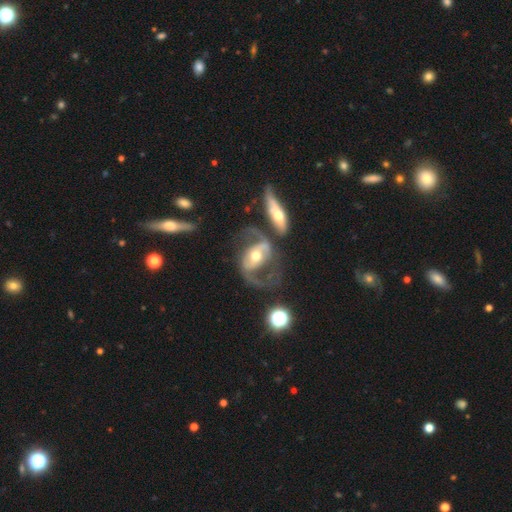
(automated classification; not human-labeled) Smooth or featured: featured or disk — 82% (smooth — 12%)
Edge-on disk: no — 94% (yes — 6%)
Bar: no — 34% (tied with strong — 34%)
Spiral arms: yes — 84% (no — 16%)
Spiral winding: loose — 51% (medium — 38%)
Spiral arm count: 2 — 88% (can't tell — 5%)
Bulge size: moderate — 71% (small — 17%)
Merging: none — 44% (major disturbance — 21%)